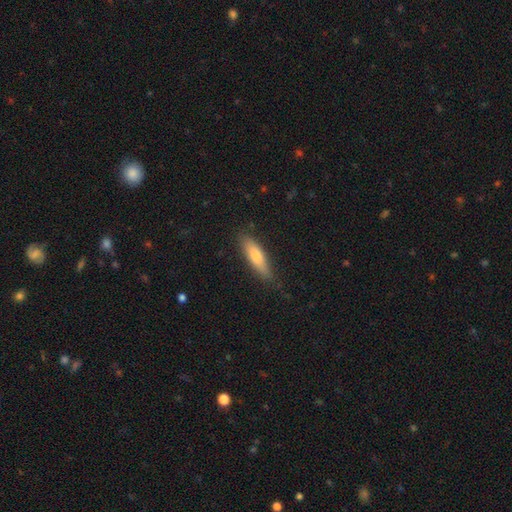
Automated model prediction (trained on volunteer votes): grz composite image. It shows a smooth galaxy with no disk features (71%) that is cigar-shaped (64%). Merging: none (81%).